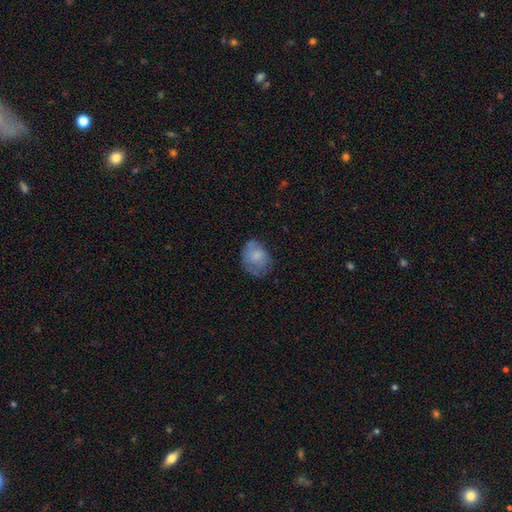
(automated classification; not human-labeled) The model was most divided on "how rounded": in between: 53%, round: 46%, cigar-shaped: 1%. More confident: smooth or featured — smooth (72%); merging — none (60%).